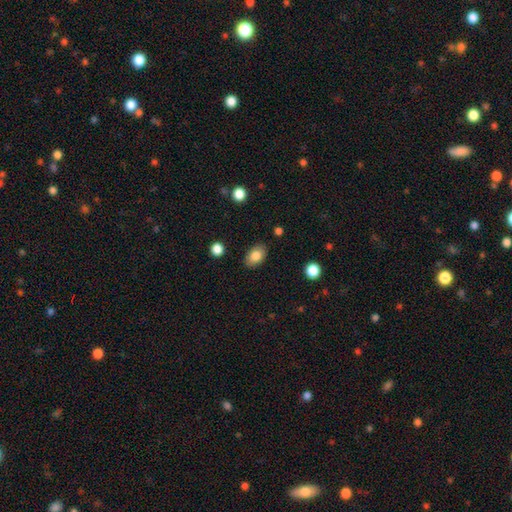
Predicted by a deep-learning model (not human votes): Smooth or featured?
  - smooth: 82% *
  - featured or disk: 10%
  - star or artifact: 8%
How rounded?
  - in between: 85% *
  - round: 14%
  - cigar-shaped: 1%
Merging?
  - none: 85% *
  - minor disturbance: 10%
  - major disturbance: 3%
  - merger: 2%